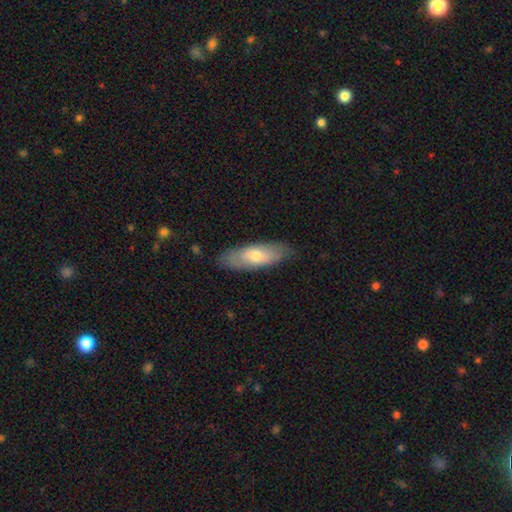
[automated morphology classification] The model was most divided on "how rounded": in between: 63%, cigar-shaped: 35%, round: 2%. More confident: merging — none (81%); smooth or featured — smooth (65%).